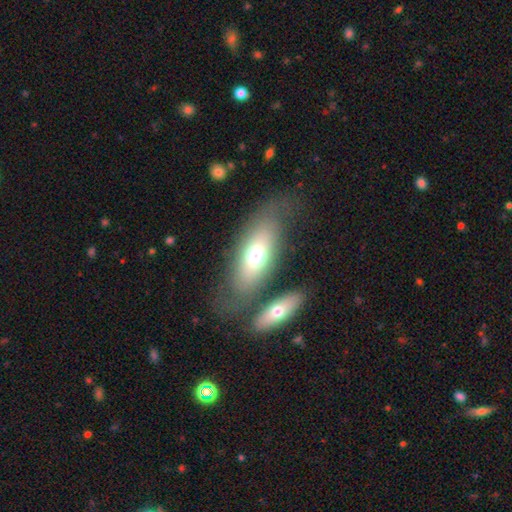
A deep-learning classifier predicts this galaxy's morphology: smooth_or_featured: smooth (p=0.65) [alt: featured or disk p=0.27]
how_rounded: in between (p=0.79) [alt: cigar-shaped p=0.16]
merging: none (p=0.61) [alt: merger p=0.16]